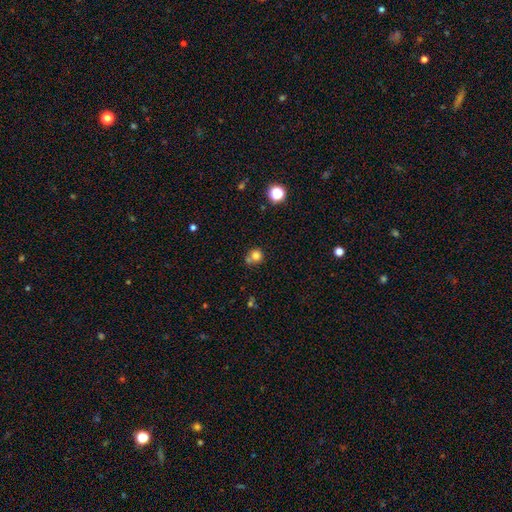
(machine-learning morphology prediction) smooth-or-featured: smooth: 78% | star or artifact: 14% | featured or disk: 8%
  how-rounded: round: 89% | in between: 11% | cigar-shaped: 1%
  merging: none: 57% | merger: 28% | minor disturbance: 11% | major disturbance: 4%